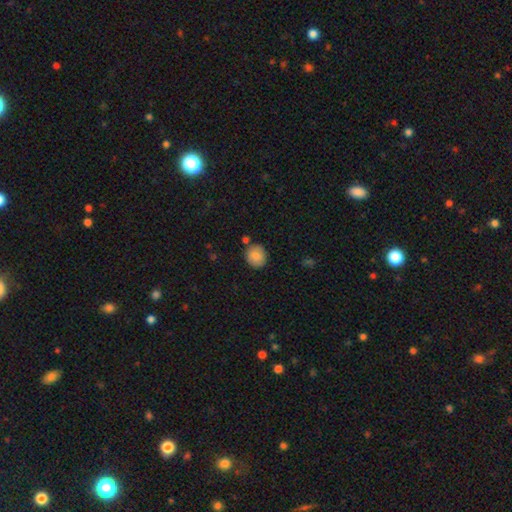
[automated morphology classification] Overall: smooth (83%). How rounded: round (78%). Merging: none (79%).